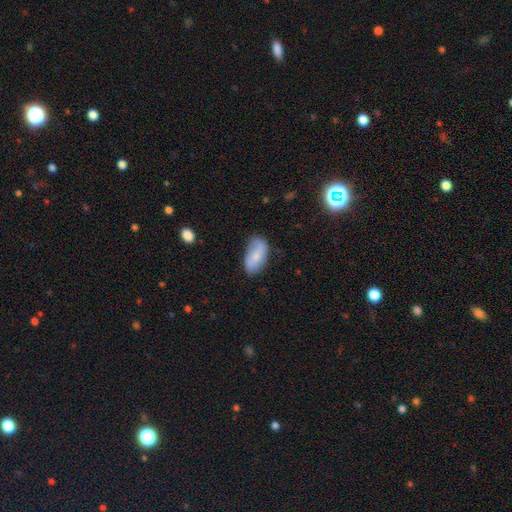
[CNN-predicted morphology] A smooth galaxy with no disk features (65%) that is in between round and cigar-shaped (93%).

Vote fractions:
- Smooth or featured? smooth: 65% / featured or disk: 28% / star or artifact: 7%
- How rounded? in between: 93% / cigar-shaped: 4% / round: 3%
- Merging? none: 68% / minor disturbance: 24% / major disturbance: 6% / merger: 2%